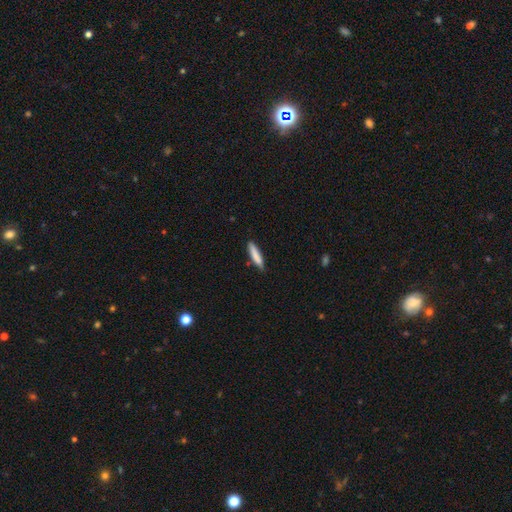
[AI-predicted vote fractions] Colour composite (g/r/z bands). It shows a smooth galaxy with no disk features (83%) that is cigar-shaped (87%). Merging: none (83%).